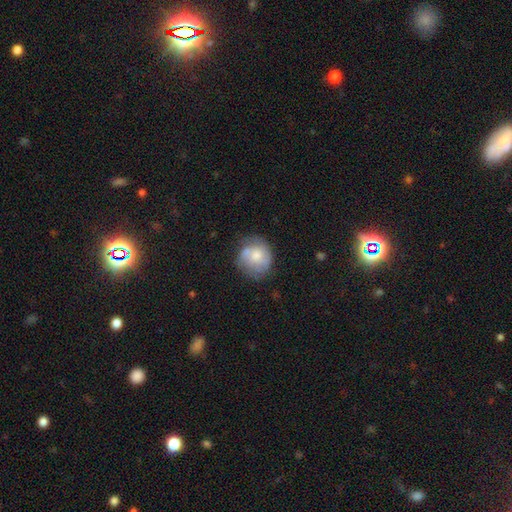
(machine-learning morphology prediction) Q: Smooth or featured?
A: smooth (61%); runner-up: featured or disk (32%)
Q: How rounded?
A: round (80%); runner-up: in between (19%)
Q: Merging?
A: none (51%); runner-up: minor disturbance (29%)